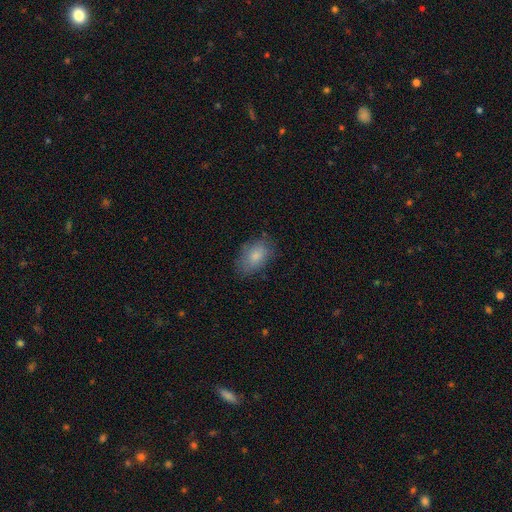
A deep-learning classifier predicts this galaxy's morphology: smooth_or_featured: smooth (p=0.81) [alt: featured or disk p=0.12]
how_rounded: in between (p=0.89) [alt: round p=0.10]
merging: none (p=0.74) [alt: minor disturbance p=0.19]